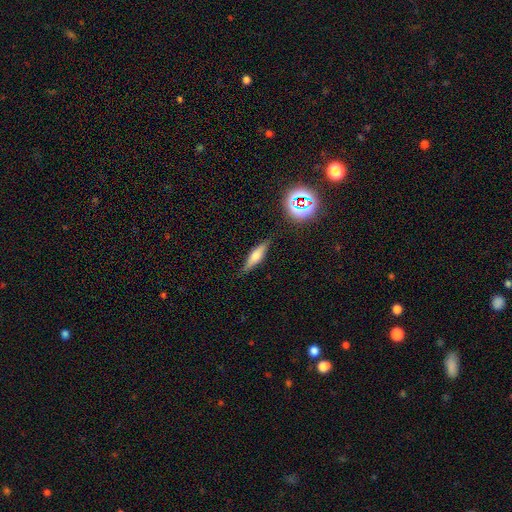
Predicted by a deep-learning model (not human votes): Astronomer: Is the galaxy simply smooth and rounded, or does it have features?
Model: smooth — 55% (runner-up: featured or disk, 35%).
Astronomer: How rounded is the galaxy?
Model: cigar-shaped — 67%.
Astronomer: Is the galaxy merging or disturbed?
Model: none — 80%.